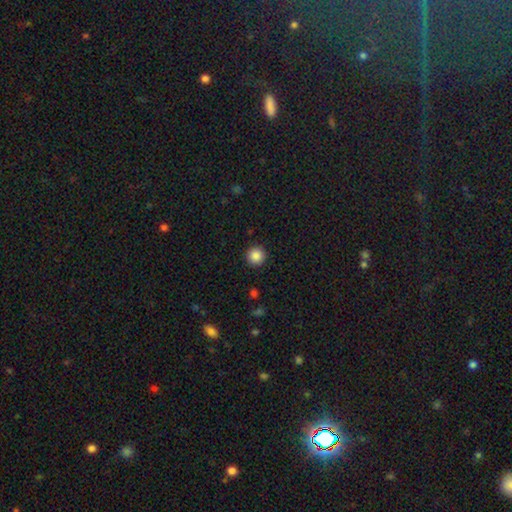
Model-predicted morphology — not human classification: smooth_or_featured: smooth (p=0.87) [alt: star or artifact p=0.09]
how_rounded: round (p=0.96) [alt: in between p=0.03]
merging: none (p=0.93) [alt: minor disturbance p=0.05]